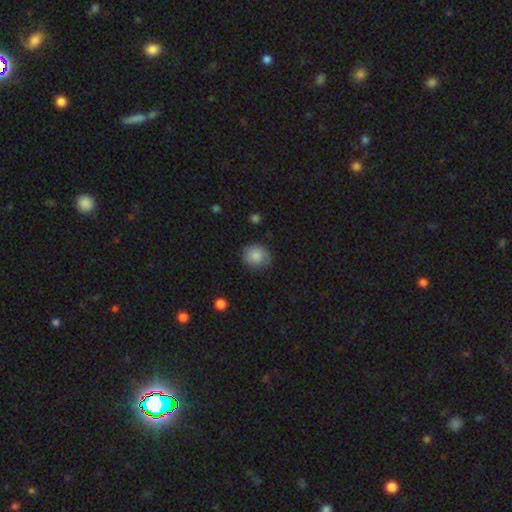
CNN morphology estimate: The model was most divided on "merging": none: 72%, minor disturbance: 21%, major disturbance: 5%, merger: 1%. More confident: smooth or featured — smooth (83%); how rounded — round (82%).